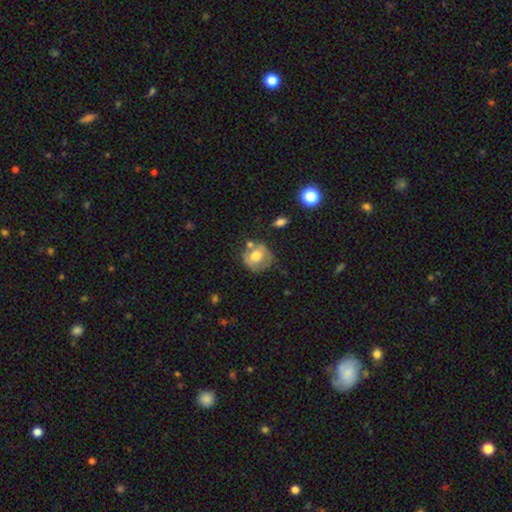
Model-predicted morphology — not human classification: smooth-or-featured: smooth: 56% | featured or disk: 36% | star or artifact: 8%
  how-rounded: round: 78% | in between: 21% | cigar-shaped: 1%
  merging: none: 52% | minor disturbance: 25% | merger: 13% | major disturbance: 10%